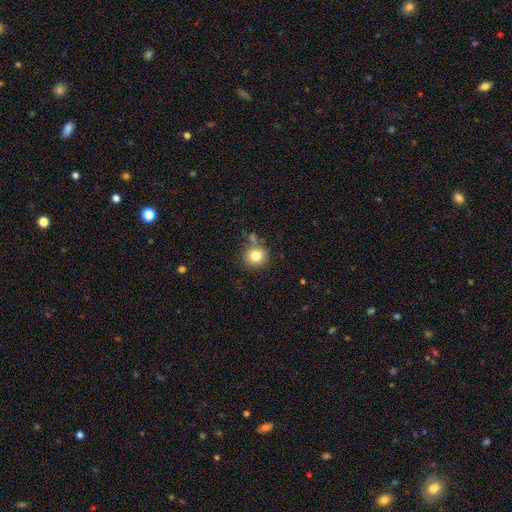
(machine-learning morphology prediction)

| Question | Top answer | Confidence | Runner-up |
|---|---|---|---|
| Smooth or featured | smooth | 81% | star or artifact (11%) |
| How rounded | round | 89% | in between (10%) |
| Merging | none | 75% | minor disturbance (12%) |